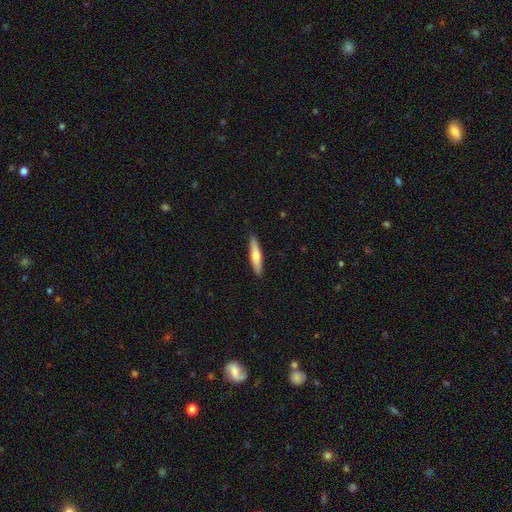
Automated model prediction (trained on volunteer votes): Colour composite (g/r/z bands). It shows a smooth galaxy with no disk features (61%) that is cigar-shaped (85%). Merging: none (88%).